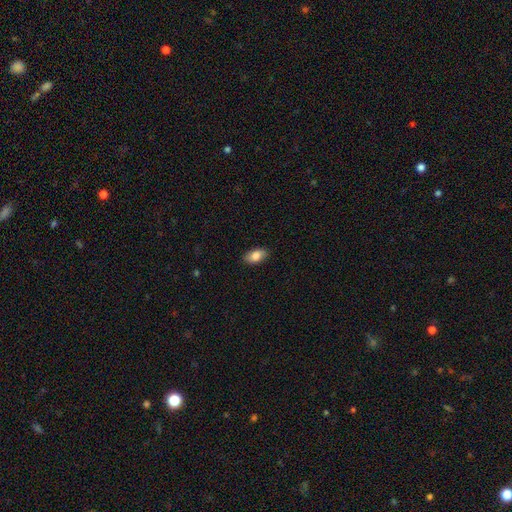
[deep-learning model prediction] This appears to be a smooth galaxy with no disk features (85%) that is in between round and cigar-shaped (92%). Merging: none (88%).